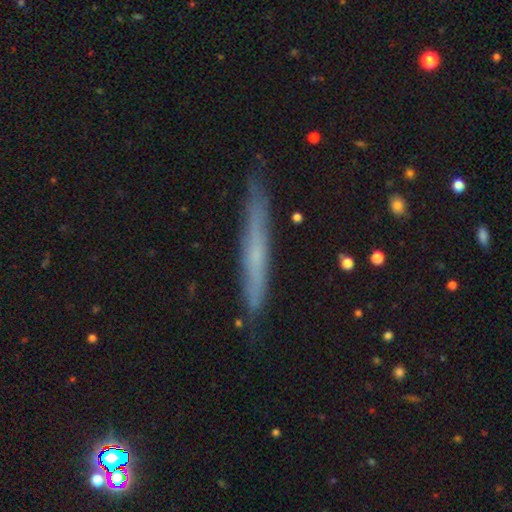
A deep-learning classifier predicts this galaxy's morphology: smooth-or-featured: featured or disk: 47% | smooth: 45% | star or artifact: 8%
  merging: none: 83% | minor disturbance: 13% | major disturbance: 2% | merger: 2%